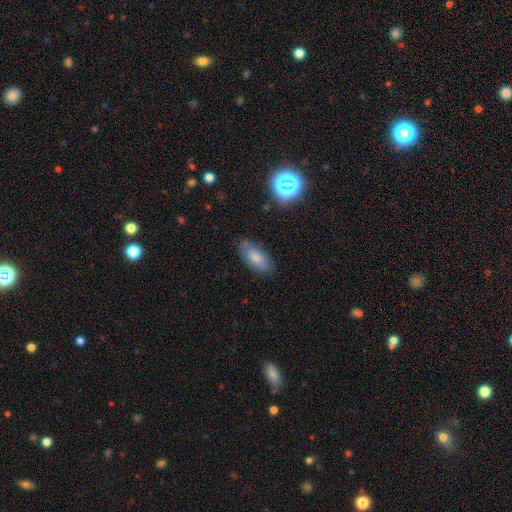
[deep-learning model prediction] Smooth or featured? Predicted: smooth (p=0.59). How rounded? Predicted: in between (p=0.85). Merging? Predicted: none (p=0.80).